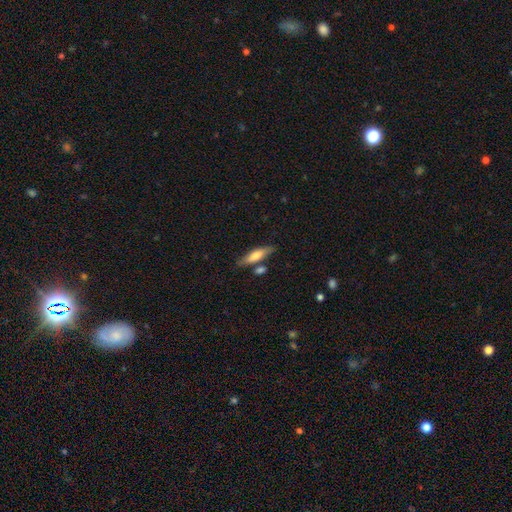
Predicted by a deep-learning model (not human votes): The model was most divided on "how rounded": cigar-shaped: 62%, in between: 36%, round: 2%. More confident: merging — none (70%); smooth or featured — smooth (66%).